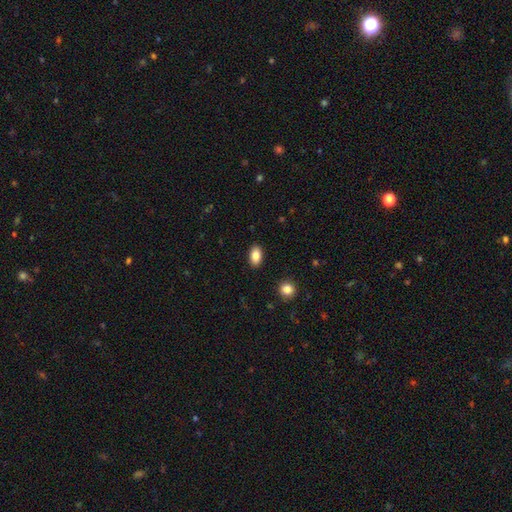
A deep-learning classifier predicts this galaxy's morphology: Overall: smooth (84%). How rounded: in between (91%). Merging: none (89%).